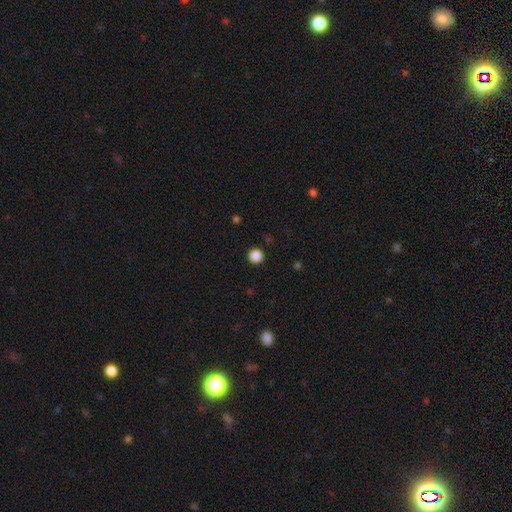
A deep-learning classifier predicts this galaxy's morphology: Smooth or featured: smooth — 87% (star or artifact — 11%)
How rounded: round — 96% (in between — 3%)
Merging: none — 93% (minor disturbance — 4%)